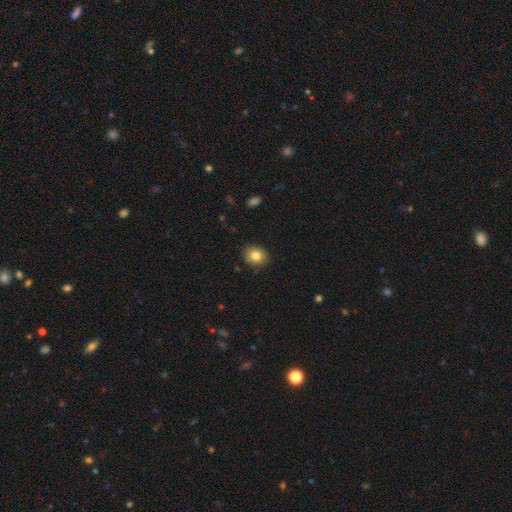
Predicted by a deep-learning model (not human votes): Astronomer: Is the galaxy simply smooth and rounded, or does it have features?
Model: smooth — 82%.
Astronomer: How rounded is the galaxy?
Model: round — 57% (runner-up: in between, 42%).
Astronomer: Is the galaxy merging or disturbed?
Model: none — 87%.